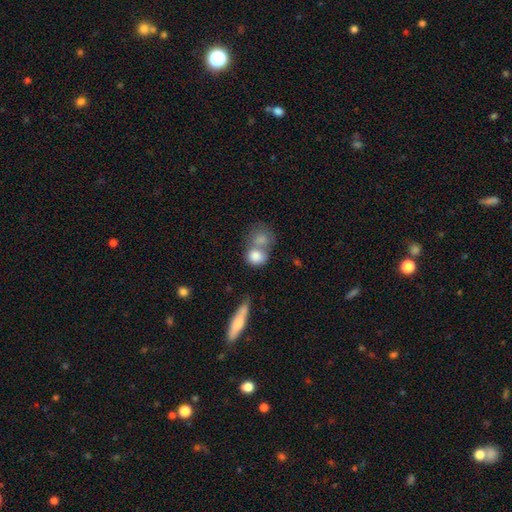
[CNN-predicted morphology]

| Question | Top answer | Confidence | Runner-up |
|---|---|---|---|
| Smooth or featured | smooth | 81% | featured or disk (11%) |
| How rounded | round | 61% | in between (37%) |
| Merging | merger | 58% | none (26%) |